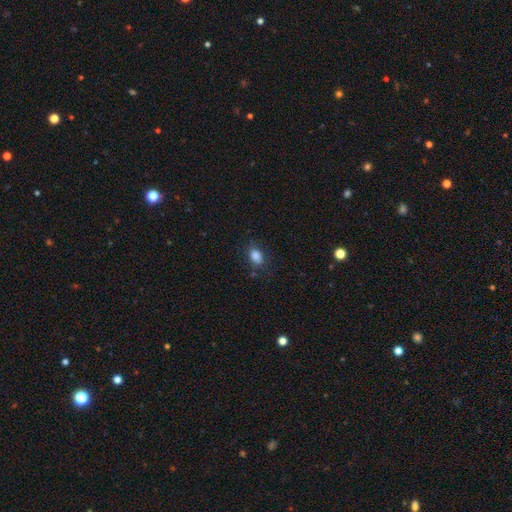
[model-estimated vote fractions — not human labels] Smooth or featured: smooth — 84% (star or artifact — 11%)
How rounded: in between — 79% (round — 19%)
Merging: none — 72% (minor disturbance — 19%)